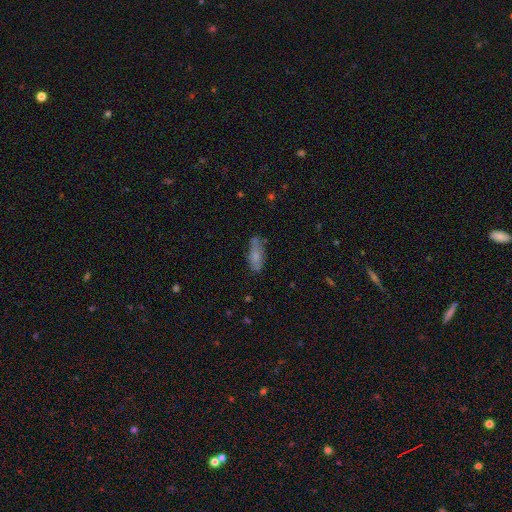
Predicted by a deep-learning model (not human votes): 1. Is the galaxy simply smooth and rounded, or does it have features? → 69% smooth, 23% featured or disk, 9% star or artifact.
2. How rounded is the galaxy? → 57% in between, 41% cigar-shaped, 3% round.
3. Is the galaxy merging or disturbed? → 63% none, 25% minor disturbance, 7% major disturbance, 5% merger.